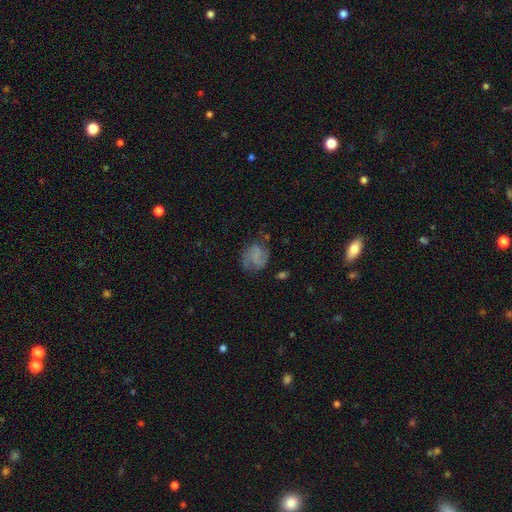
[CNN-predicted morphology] A featured or disk galaxy (46%).

Vote fractions:
- Smooth or featured? featured or disk: 46% / smooth: 44% / star or artifact: 10%
- Merging? none: 60% / minor disturbance: 24% / major disturbance: 13% / merger: 3%